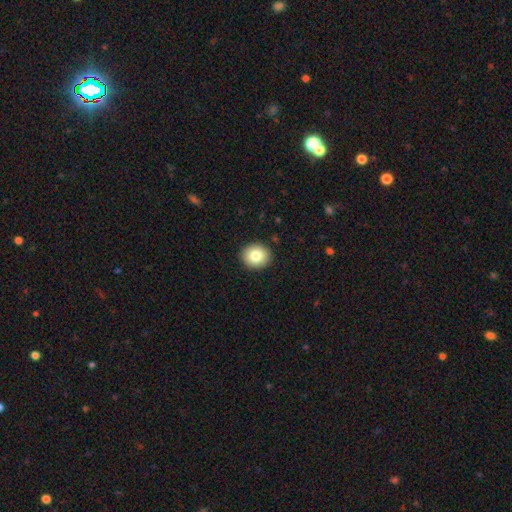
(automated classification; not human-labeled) Smooth or featured? Predicted: smooth (p=0.82). How rounded? Predicted: round (p=0.81). Merging? Predicted: none (p=0.91).